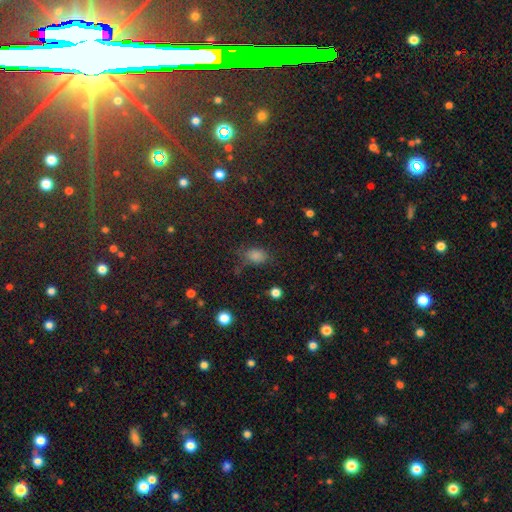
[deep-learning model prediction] Smooth or featured: smooth — 75% (star or artifact — 19%)
How rounded: in between — 78% (round — 20%)
Merging: none — 61% (minor disturbance — 24%)